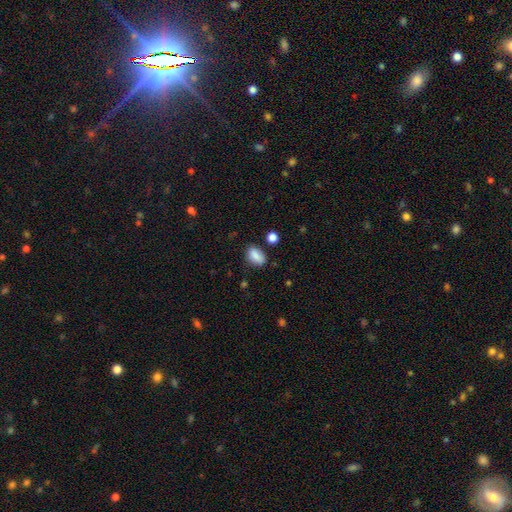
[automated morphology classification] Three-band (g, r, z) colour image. It shows a smooth galaxy with no disk features (86%) that is in between round and cigar-shaped (86%). Merging: none (74%).